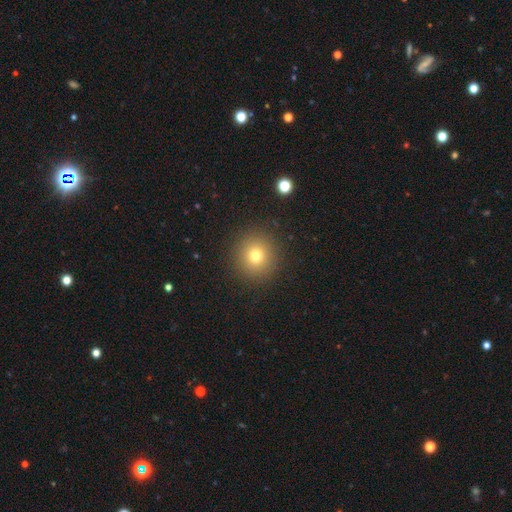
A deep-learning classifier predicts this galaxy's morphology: This appears to be a smooth galaxy with no disk features (74%) that is round (93%). Merging: none (91%).